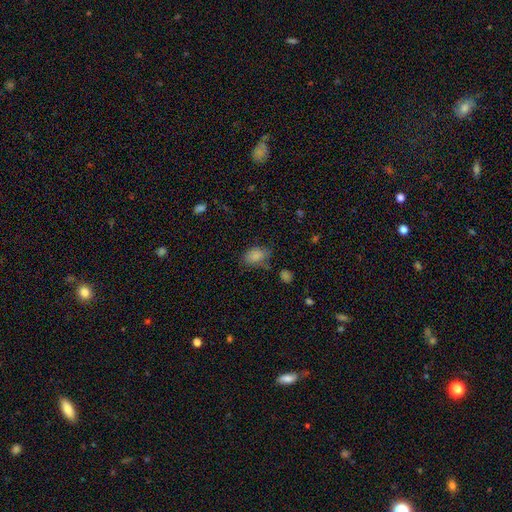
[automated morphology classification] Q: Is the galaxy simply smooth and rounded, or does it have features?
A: smooth — 83%.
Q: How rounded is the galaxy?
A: in between — 84%.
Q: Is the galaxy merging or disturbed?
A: none — 66%.